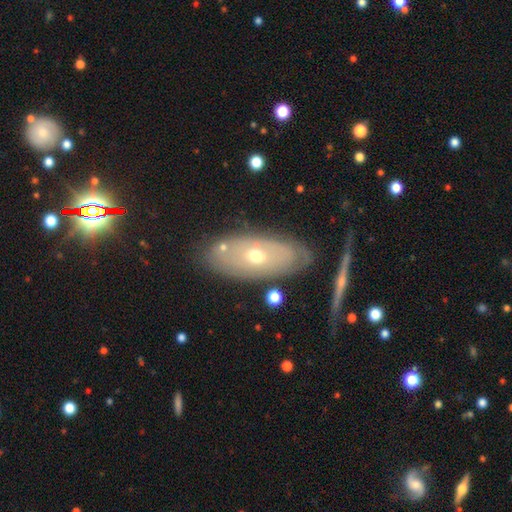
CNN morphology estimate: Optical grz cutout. It shows a featured or disk galaxy (52%). Merging: none (76%).